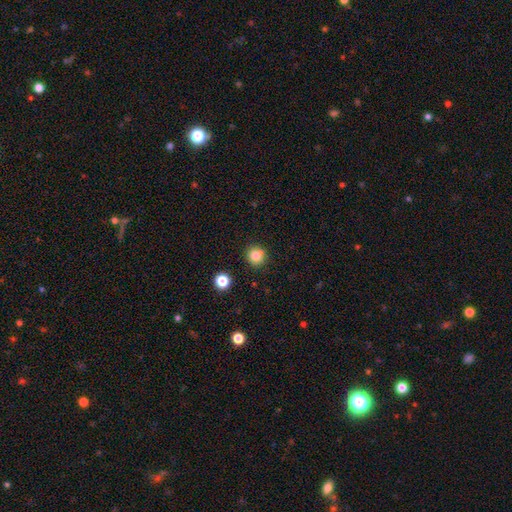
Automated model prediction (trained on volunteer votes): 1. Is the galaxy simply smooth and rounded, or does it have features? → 81% smooth, 12% star or artifact, 7% featured or disk.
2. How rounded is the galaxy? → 92% round, 7% in between, 1% cigar-shaped.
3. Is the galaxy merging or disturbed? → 81% none, 10% minor disturbance, 7% merger, 2% major disturbance.